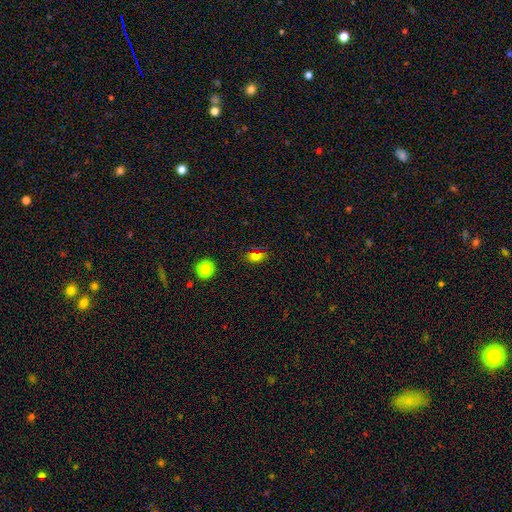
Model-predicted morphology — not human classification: smooth 75%, star or artifact 17%, featured or disk 8%. Down the decision tree: how rounded — in between (77%); merging — none (83%).